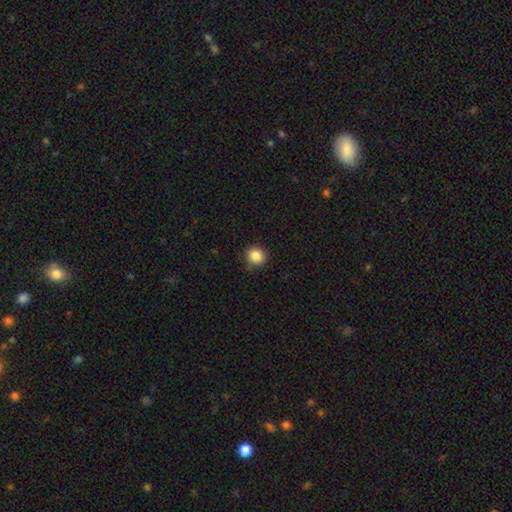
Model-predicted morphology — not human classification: Smooth or featured? Predicted: smooth (p=0.87). How rounded? Predicted: round (p=0.89). Merging? Predicted: none (p=0.87).